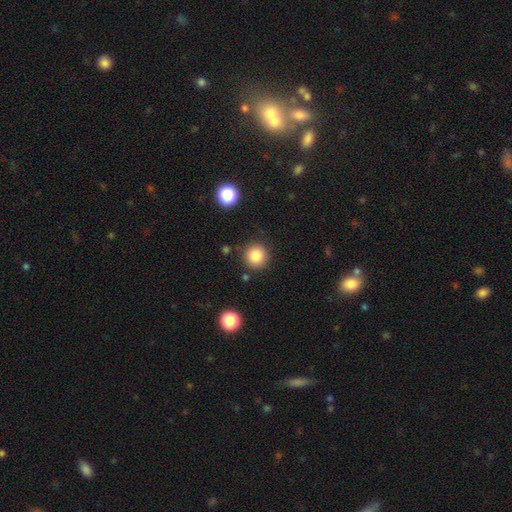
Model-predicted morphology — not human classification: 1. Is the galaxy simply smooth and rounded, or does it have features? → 84% smooth, 10% star or artifact, 5% featured or disk.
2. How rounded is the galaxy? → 94% round, 5% in between, 1% cigar-shaped.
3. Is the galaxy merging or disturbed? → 87% none, 8% minor disturbance, 3% major disturbance, 3% merger.